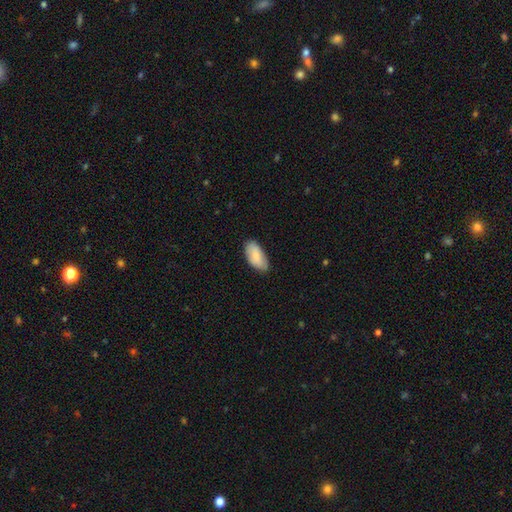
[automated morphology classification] Smooth or featured? smooth (80%)
How rounded? in between (94%)
Merging? none (80%)